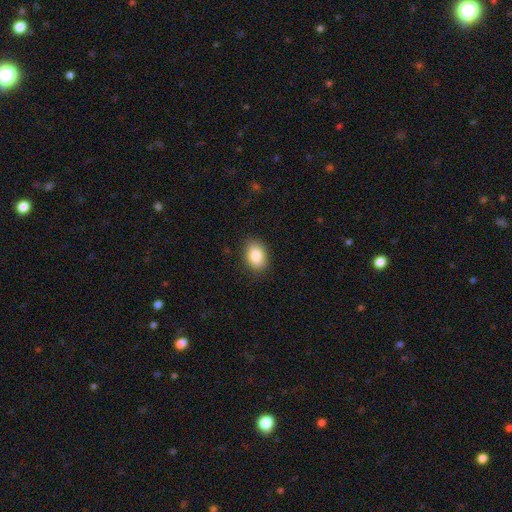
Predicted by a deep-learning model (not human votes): Smooth or featured? smooth (85%)
How rounded? in between (80%)
Merging? none (86%)